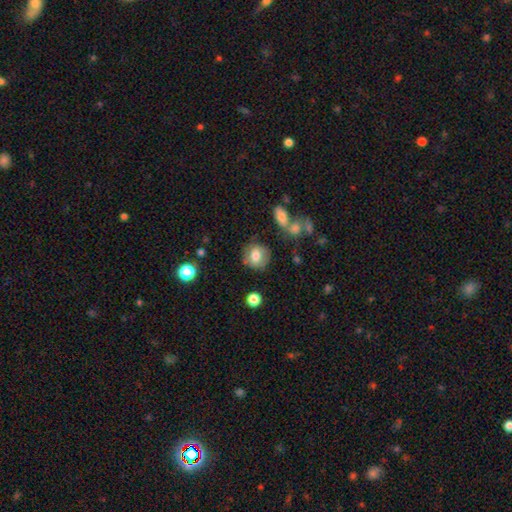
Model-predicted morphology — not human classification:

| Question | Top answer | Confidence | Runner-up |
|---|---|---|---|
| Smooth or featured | smooth | 71% | featured or disk (20%) |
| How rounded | round | 74% | in between (25%) |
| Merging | none | 72% | minor disturbance (17%) |